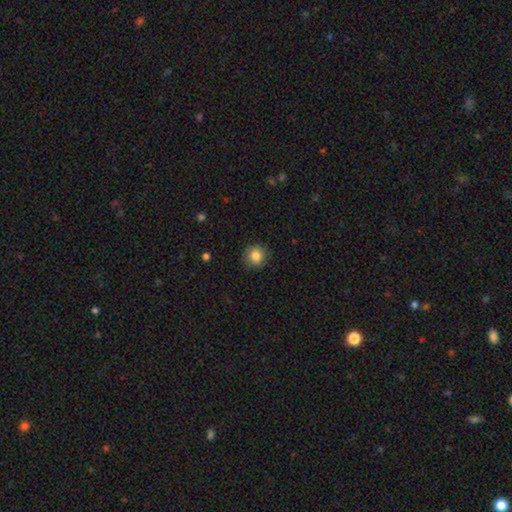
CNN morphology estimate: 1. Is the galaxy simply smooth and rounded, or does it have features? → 85% smooth, 10% star or artifact, 6% featured or disk.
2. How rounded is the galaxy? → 87% round, 12% in between, 1% cigar-shaped.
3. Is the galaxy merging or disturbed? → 85% none, 11% minor disturbance, 3% major disturbance, 1% merger.